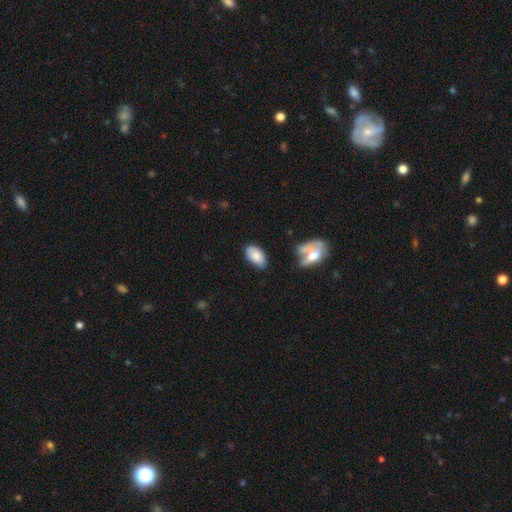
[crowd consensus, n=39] A smooth galaxy with no disk features (90%) that is in between round and cigar-shaped (91%).

Vote fractions:
- Smooth or featured? smooth: 90% / star or artifact: 8% / featured or disk: 3%
- How rounded? in between: 91% / round: 6% / cigar-shaped: 3%
- Merging? none: 72% / minor disturbance: 19% / major disturbance: 6% / merger: 3%